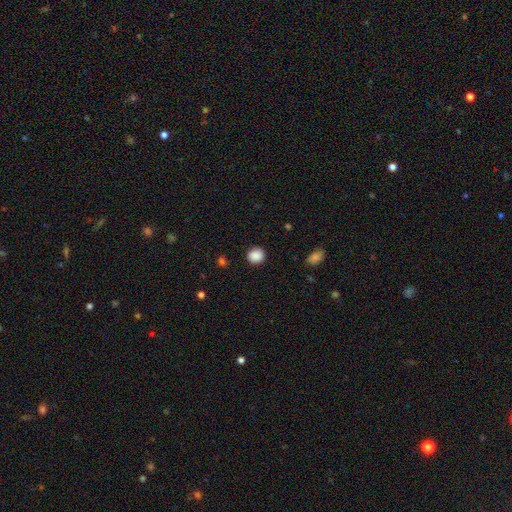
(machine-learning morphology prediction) This appears to be a smooth galaxy with no disk features (88%) that is round (81%). Merging: none (89%).